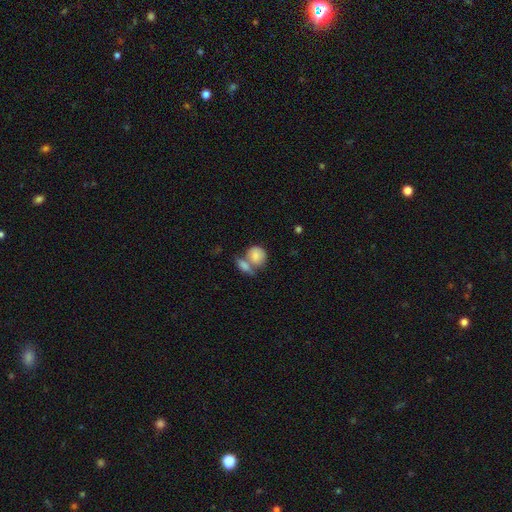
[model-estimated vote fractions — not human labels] smooth-or-featured: smooth: 80% | featured or disk: 13% | star or artifact: 7%
  how-rounded: round: 56% | in between: 42% | cigar-shaped: 2%
  merging: merger: 54% | none: 31% | minor disturbance: 10% | major disturbance: 5%